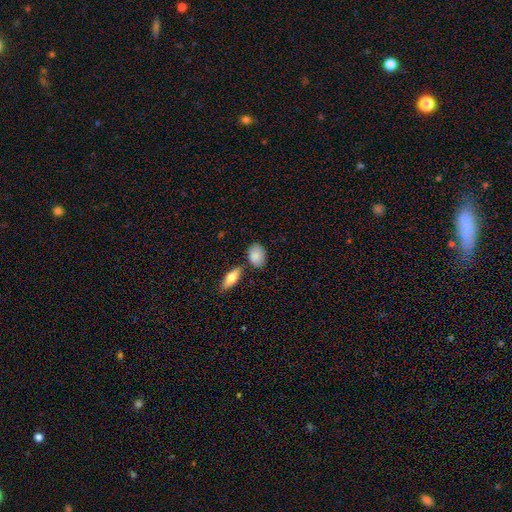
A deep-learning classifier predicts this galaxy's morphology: type=smooth (86%); roundness=in between (83%); merging=none (69%).